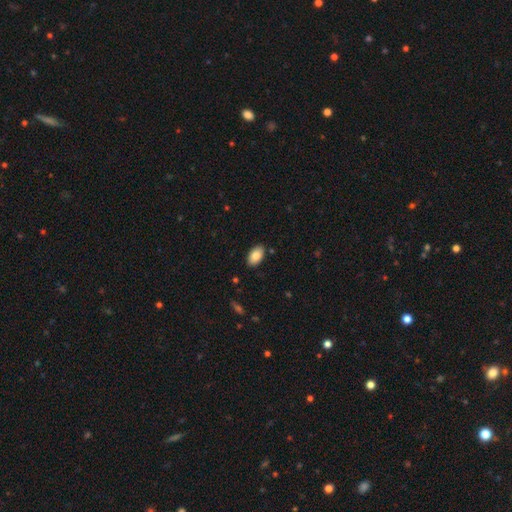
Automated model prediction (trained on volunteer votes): Smooth or featured? smooth (84%)
How rounded? in between (94%)
Merging? none (88%)